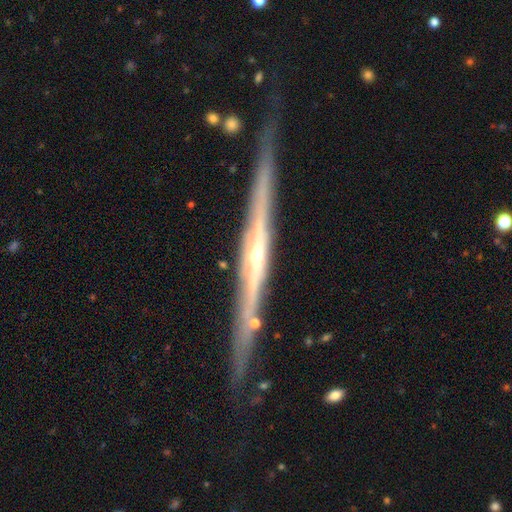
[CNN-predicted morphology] The model was most divided on "edge-on bulge": rounded: 67%, none: 24%, boxy: 9%. More confident: edge-on disk — yes (97%); smooth or featured — featured or disk (86%); merging — none (81%).